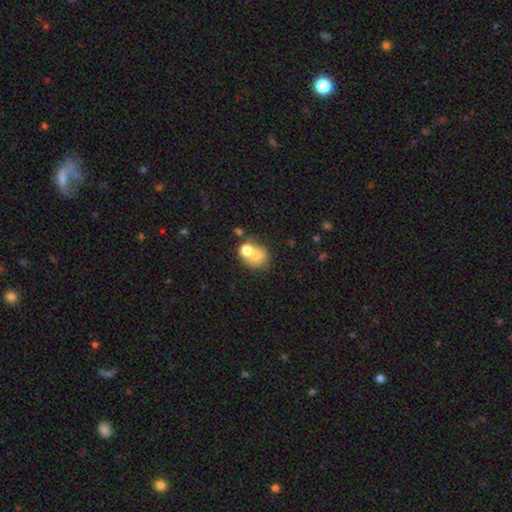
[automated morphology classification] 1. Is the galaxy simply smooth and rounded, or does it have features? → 69% smooth, 21% featured or disk, 10% star or artifact.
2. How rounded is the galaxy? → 67% round, 32% in between, 1% cigar-shaped.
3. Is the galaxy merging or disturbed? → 52% merger, 32% none, 10% minor disturbance, 6% major disturbance.